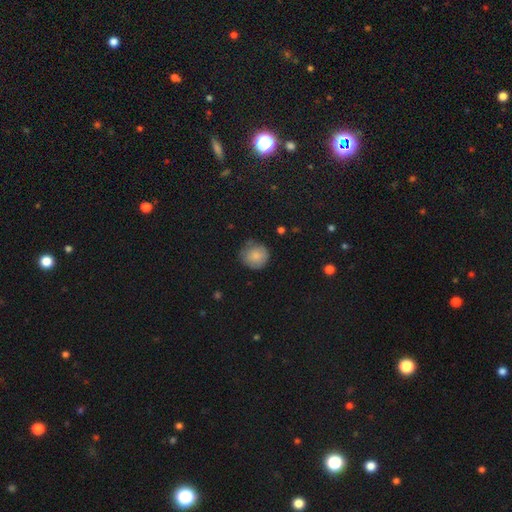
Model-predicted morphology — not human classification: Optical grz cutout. It shows a smooth galaxy with no disk features (81%) that is round (90%). Merging: none (71%).